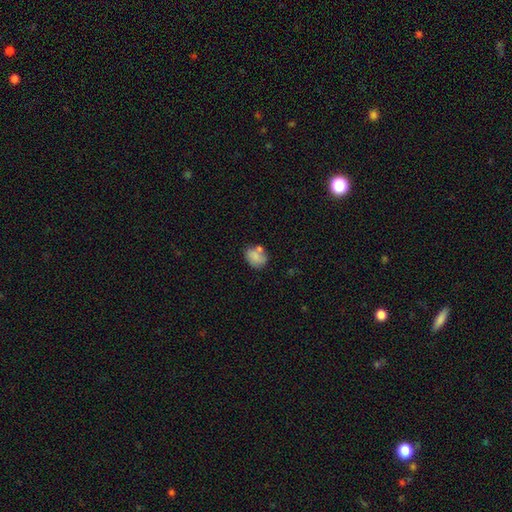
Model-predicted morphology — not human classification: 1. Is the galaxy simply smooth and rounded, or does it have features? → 78% smooth, 13% featured or disk, 9% star or artifact.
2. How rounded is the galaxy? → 54% in between, 45% round, 1% cigar-shaped.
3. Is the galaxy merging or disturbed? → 54% none, 20% merger, 20% minor disturbance, 6% major disturbance.